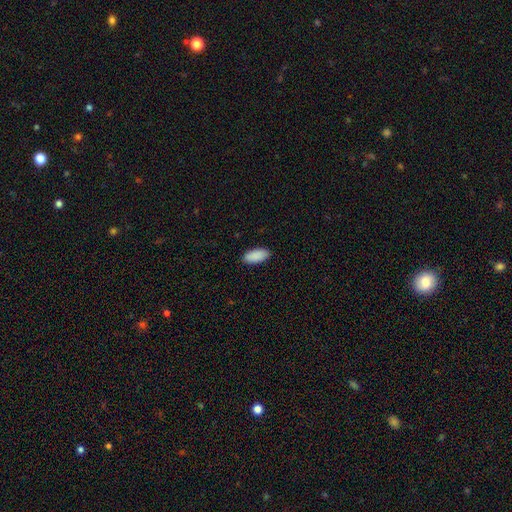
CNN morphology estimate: Smooth or featured? Predicted: smooth (p=0.91). How rounded? Predicted: in between (p=0.90). Merging? Predicted: none (p=0.89).